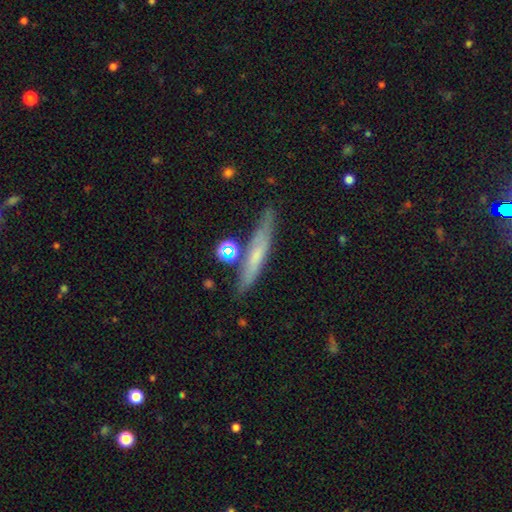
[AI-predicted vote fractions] This appears to be a smooth galaxy with no disk features (47%). Merging: none (76%).